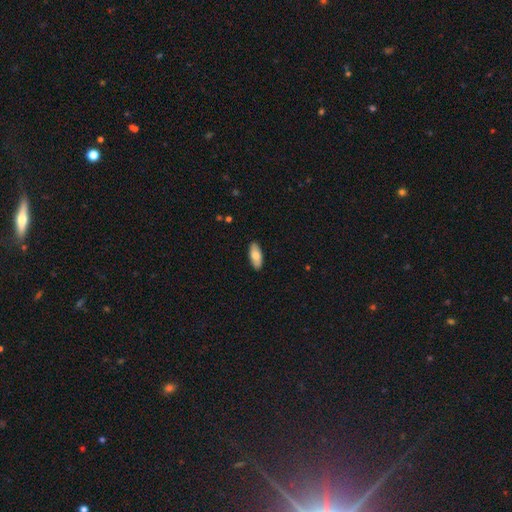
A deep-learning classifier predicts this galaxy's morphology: Overall: smooth (79%). How rounded: in between (82%). Merging: none (89%).